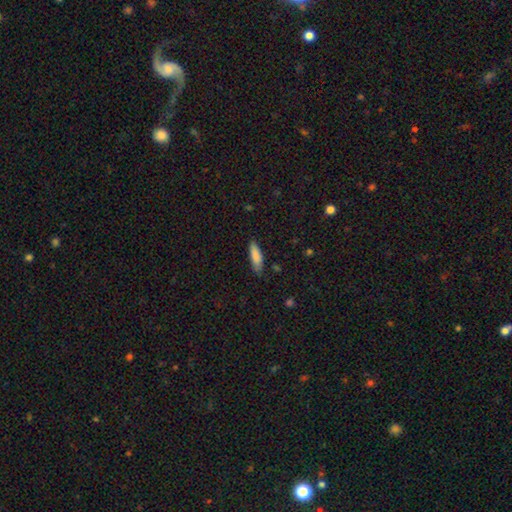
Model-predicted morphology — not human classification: This appears to be a smooth galaxy with no disk features (86%) that is cigar-shaped (54%). Merging: none (81%).